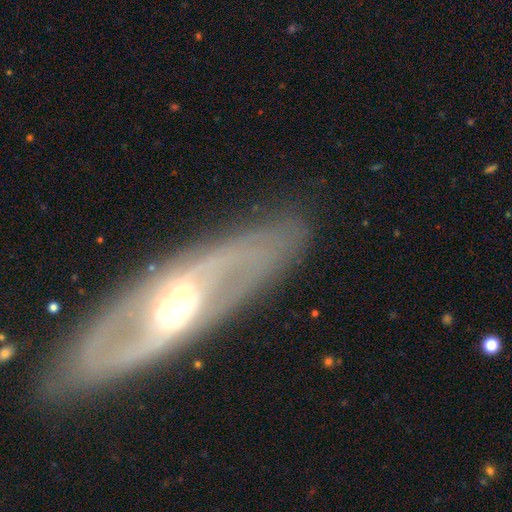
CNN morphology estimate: Smooth or featured? featured or disk (81%)
Edge-on disk? no (81%)
Bar? no (37%)
Spiral arms? yes (72%)
Bulge size? moderate (54%)
Merging? none (85%)